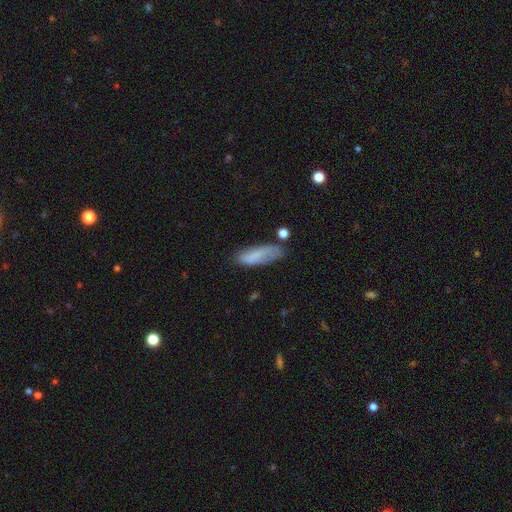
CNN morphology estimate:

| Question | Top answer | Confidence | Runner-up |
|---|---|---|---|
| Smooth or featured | smooth | 71% | featured or disk (21%) |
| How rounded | in between | 51% | cigar-shaped (47%) |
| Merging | none | 55% | minor disturbance (29%) |